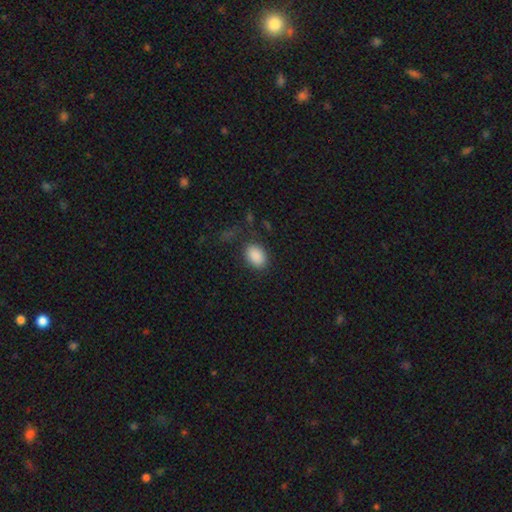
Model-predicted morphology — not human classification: Smooth or featured? Predicted: smooth (p=0.88). How rounded? Predicted: in between (p=0.83). Merging? Predicted: none (p=0.78).